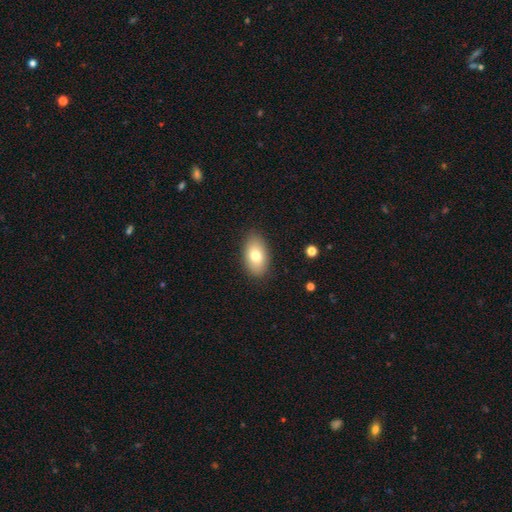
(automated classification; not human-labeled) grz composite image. It shows a smooth galaxy with no disk features (77%) that is in between round and cigar-shaped (91%). Merging: none (86%).